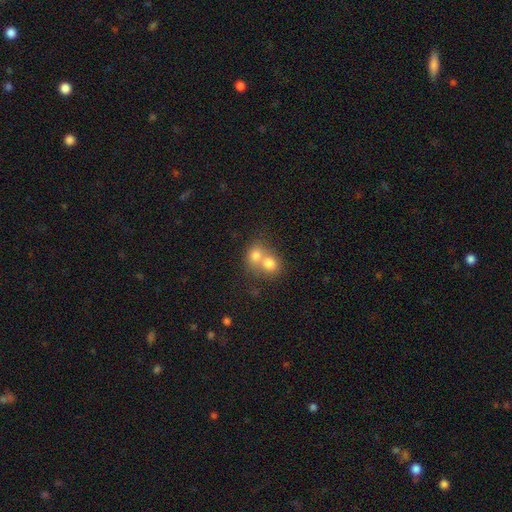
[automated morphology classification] Smooth or featured?
  - smooth: 74% *
  - featured or disk: 16%
  - star or artifact: 10%
How rounded?
  - round: 62% *
  - in between: 37%
  - cigar-shaped: 1%
Merging?
  - merger: 70% *
  - none: 22%
  - minor disturbance: 5%
  - major disturbance: 3%